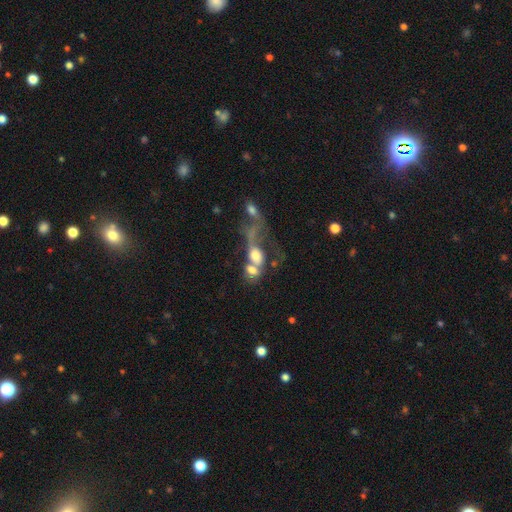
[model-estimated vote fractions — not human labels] A smooth galaxy with no disk features (55%) that is in between round and cigar-shaped (66%). Merging: merger (71%).